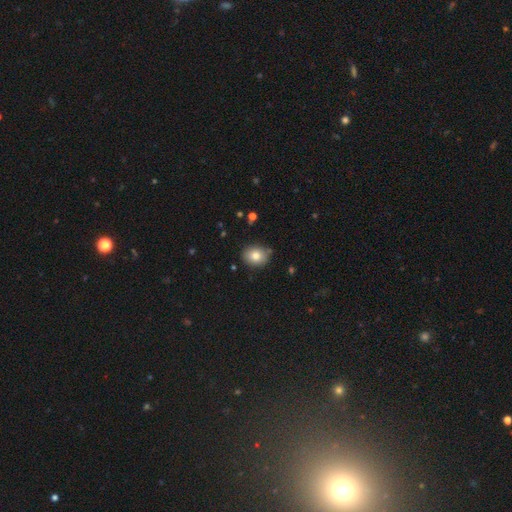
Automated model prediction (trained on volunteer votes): A smooth galaxy with no disk features (80%) that is round (54%).

Vote fractions:
- Smooth or featured? smooth: 80% / featured or disk: 10% / star or artifact: 10%
- How rounded? round: 54% / in between: 45% / cigar-shaped: 1%
- Merging? none: 83% / minor disturbance: 12% / merger: 2% / major disturbance: 2%